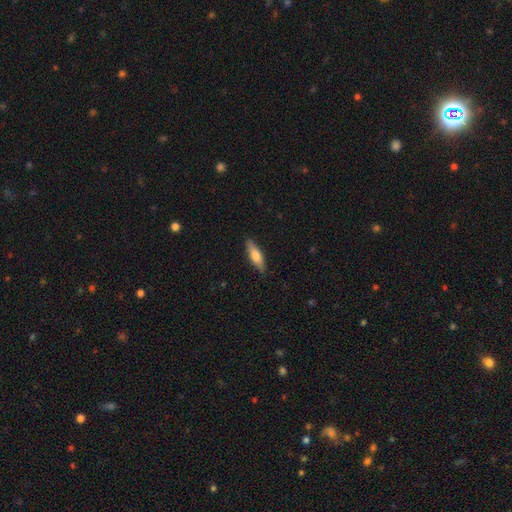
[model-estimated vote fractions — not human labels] Smooth or featured? smooth (69%)
How rounded? cigar-shaped (55%)
Merging? none (87%)